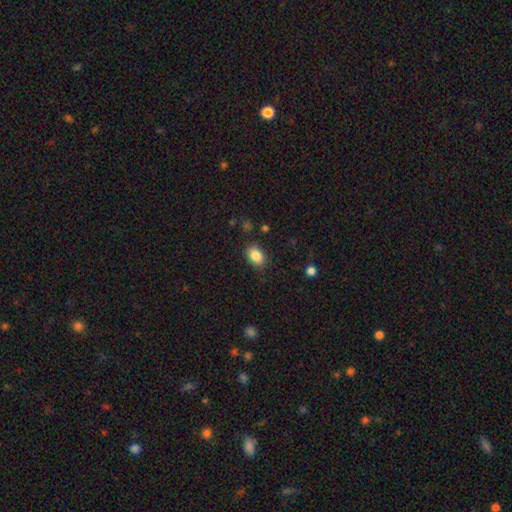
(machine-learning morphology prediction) This appears to be a smooth galaxy with no disk features (86%) that is in between round and cigar-shaped (81%). Merging: none (84%).